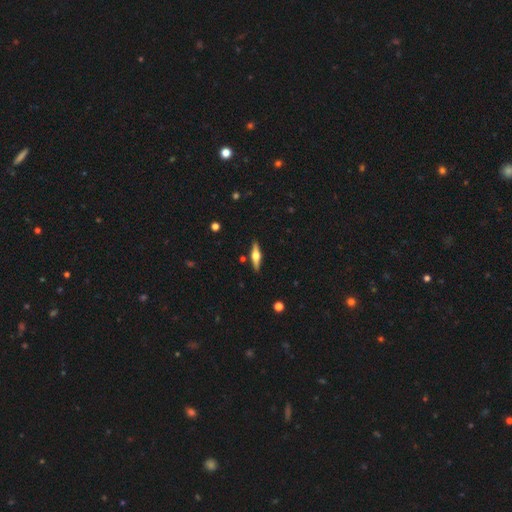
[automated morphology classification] The model was most divided on "smooth or featured": featured or disk: 64%, smooth: 30%, star or artifact: 6%. More confident: edge-on disk — yes (96%); edge-on bulge — rounded (91%); merging — none (89%).